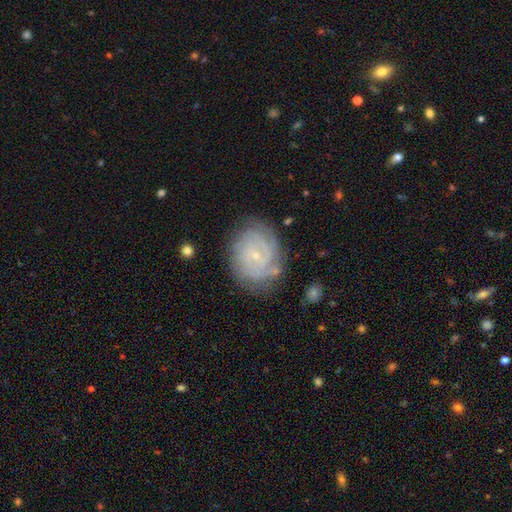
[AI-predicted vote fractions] smooth-or-featured: featured or disk: 78% | smooth: 14% | star or artifact: 7%
  disk-edge-on: no: 98% | yes: 2%
    bar: no: 65% | weak: 30% | strong: 5%
    has-spiral-arms: yes: 94% | no: 6%
      spiral-winding: tight: 74% | medium: 21% | loose: 5%
      spiral-arm-count: can't tell: 37% | 2: 18% | 3: 18% | 4: 14% | more than 4: 7% | 1: 6%
    bulge-size: small: 85% | moderate: 10% | none: 3% | large: 1% | dominant: 1%
  merging: none: 74% | minor disturbance: 18% | major disturbance: 6% | merger: 2%